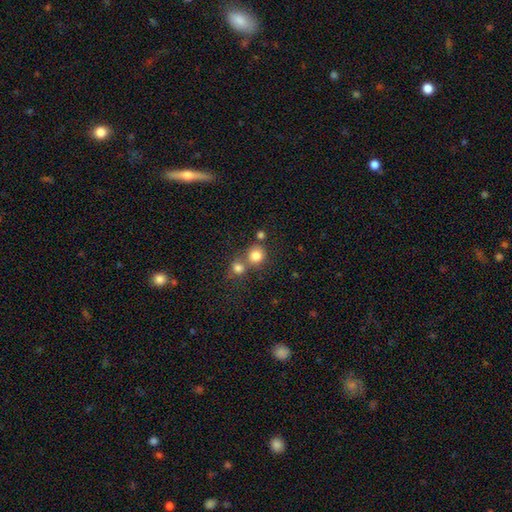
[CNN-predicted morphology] Overall: smooth (80%). How rounded: round (88%). Merging: none (55%; merger 35%).